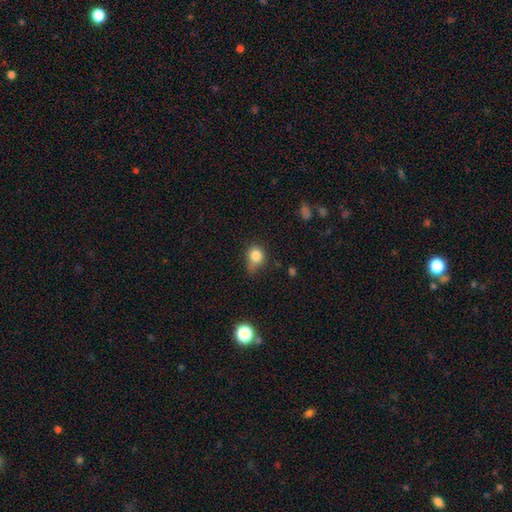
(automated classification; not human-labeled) Overall: smooth (81%). How rounded: round (64%; in between 35%). Merging: minor disturbance (42%; none 38%).